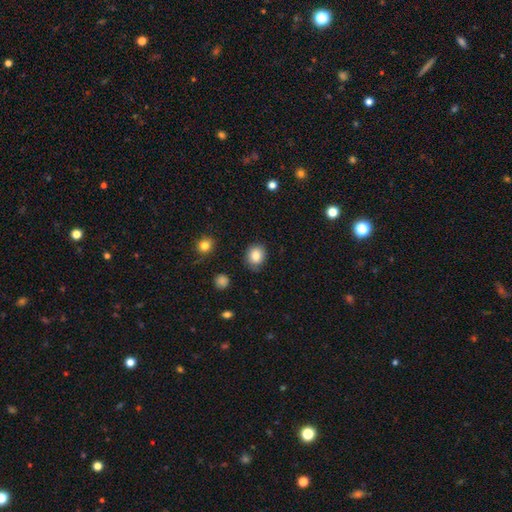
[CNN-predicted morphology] A smooth galaxy with no disk features (83%) that is round (64%). Merging: none (82%).